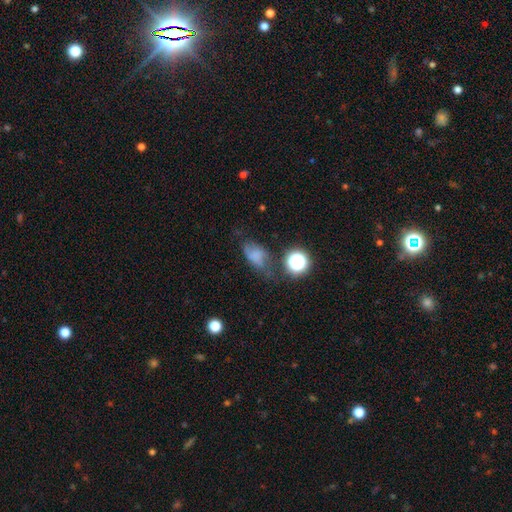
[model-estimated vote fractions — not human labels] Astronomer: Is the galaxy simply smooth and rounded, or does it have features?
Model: smooth — 57%.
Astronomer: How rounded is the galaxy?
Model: in between — 77%.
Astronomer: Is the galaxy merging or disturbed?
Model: none — 41% (runner-up: minor disturbance, 30%).